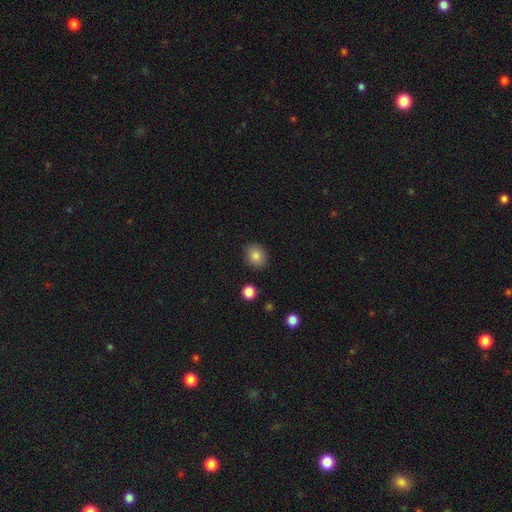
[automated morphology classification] Q: Smooth or featured?
A: smooth (85%); runner-up: star or artifact (9%)
Q: How rounded?
A: round (61%); runner-up: in between (38%)
Q: Merging?
A: none (89%); runner-up: minor disturbance (8%)